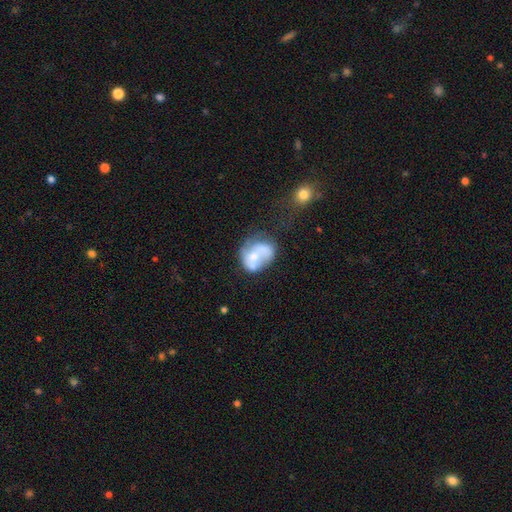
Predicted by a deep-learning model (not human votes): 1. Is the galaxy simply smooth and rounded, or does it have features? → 47% smooth, 44% featured or disk, 9% star or artifact.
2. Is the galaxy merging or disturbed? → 33% merger, 27% none, 21% major disturbance, 20% minor disturbance.